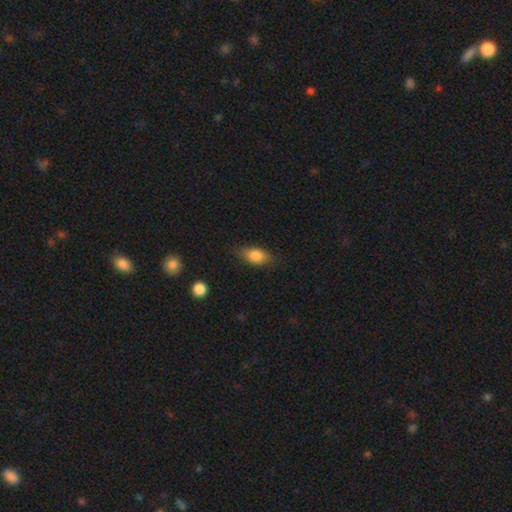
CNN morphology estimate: Smooth or featured: smooth — 79% (featured or disk — 13%)
How rounded: in between — 83% (cigar-shaped — 9%)
Merging: none — 75% (minor disturbance — 19%)